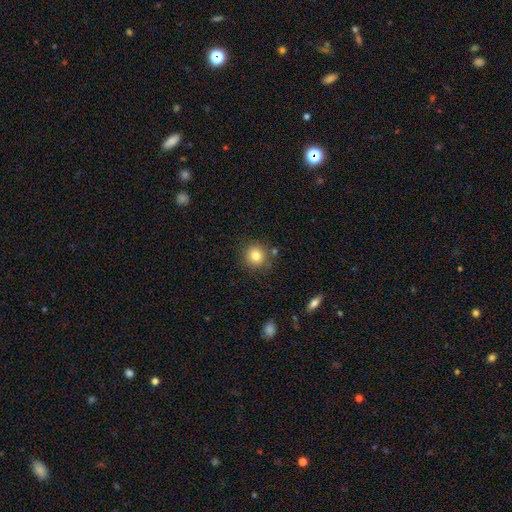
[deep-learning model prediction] Smooth or featured?
  - smooth: 81% *
  - star or artifact: 11%
  - featured or disk: 7%
How rounded?
  - round: 92% *
  - in between: 7%
  - cigar-shaped: 1%
Merging?
  - none: 82% *
  - minor disturbance: 9%
  - merger: 5%
  - major disturbance: 3%